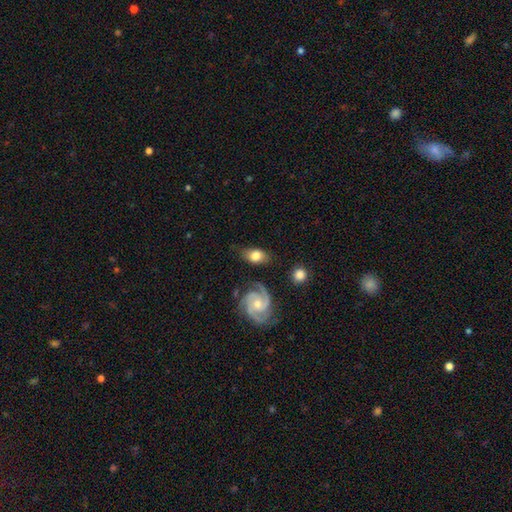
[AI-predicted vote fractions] This appears to be a smooth galaxy with no disk features (62%) that is in between round and cigar-shaped (84%). Merging: none (68%).